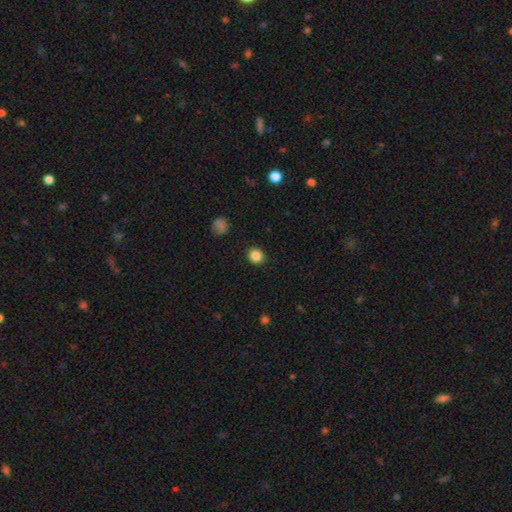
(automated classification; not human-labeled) Morphology: type=smooth (86%); roundness=round (88%); merging=none (91%).